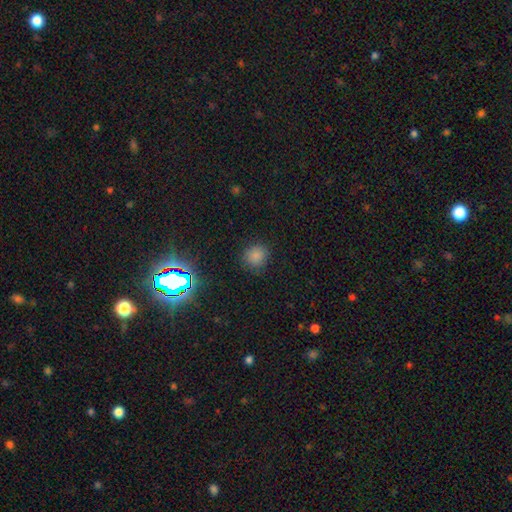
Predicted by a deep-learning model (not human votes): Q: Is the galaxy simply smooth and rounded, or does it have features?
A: smooth — 80%.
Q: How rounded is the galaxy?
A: round — 84%.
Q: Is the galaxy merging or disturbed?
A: none — 86%.